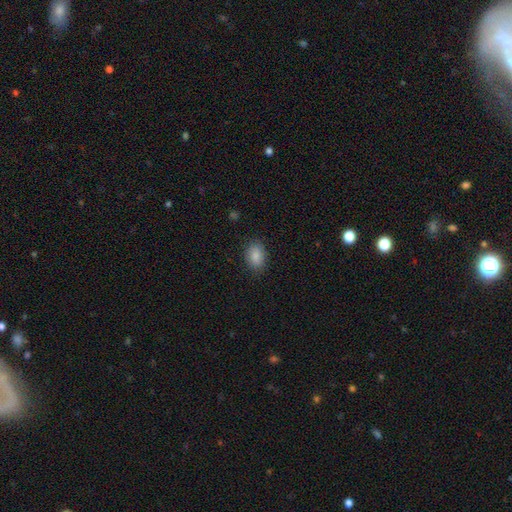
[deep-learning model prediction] A smooth galaxy with no disk features (87%) that is in between round and cigar-shaped (84%). Merging: none (84%).